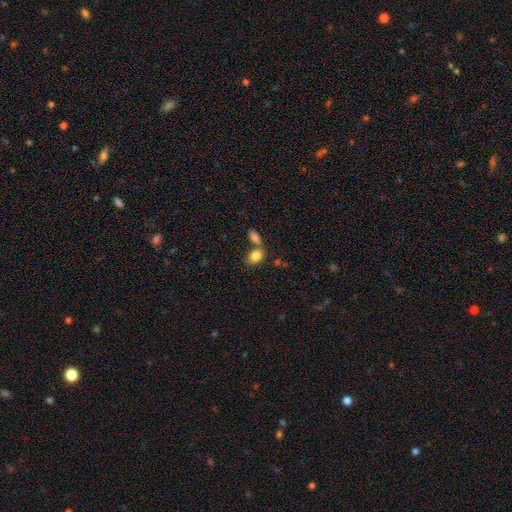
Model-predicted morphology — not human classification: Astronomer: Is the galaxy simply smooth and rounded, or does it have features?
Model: smooth — 83%.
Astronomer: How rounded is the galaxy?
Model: in between — 76%.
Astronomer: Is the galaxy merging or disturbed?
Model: none — 47% (runner-up: merger, 38%).